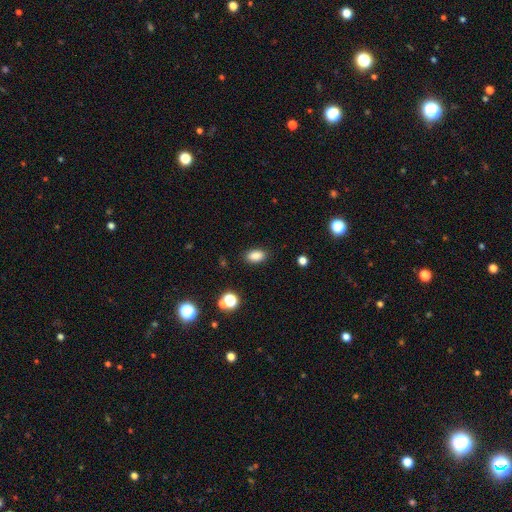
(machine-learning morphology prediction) Smooth or featured?
  - smooth: 85% *
  - star or artifact: 11%
  - featured or disk: 4%
How rounded?
  - in between: 88% *
  - round: 10%
  - cigar-shaped: 2%
Merging?
  - none: 87% *
  - minor disturbance: 9%
  - major disturbance: 3%
  - merger: 1%